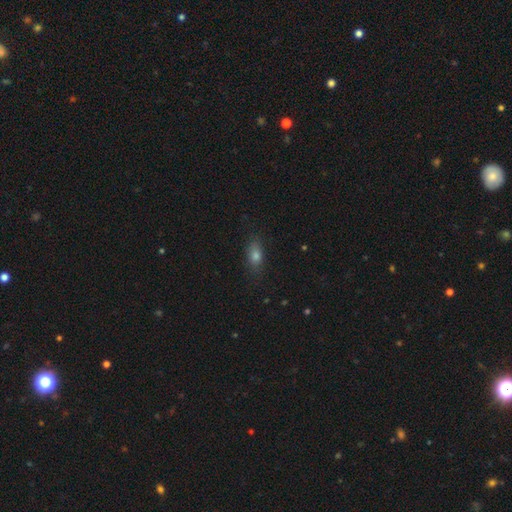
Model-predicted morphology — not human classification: Smooth or featured: smooth — 74% (star or artifact — 13%)
How rounded: in between — 75% (cigar-shaped — 14%)
Merging: none — 80% (minor disturbance — 15%)